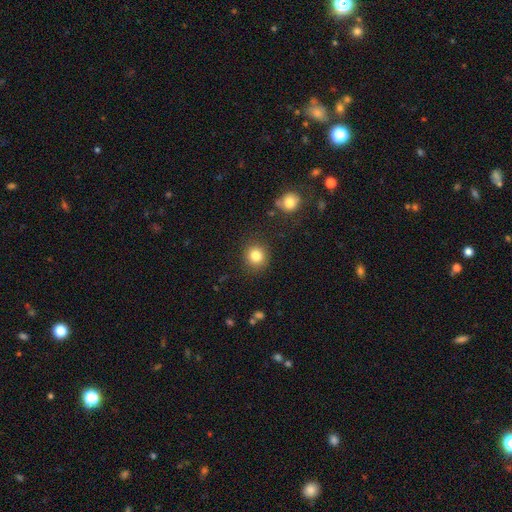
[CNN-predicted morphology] smooth-or-featured: smooth: 83% | star or artifact: 11% | featured or disk: 6%
  how-rounded: round: 88% | in between: 11% | cigar-shaped: 1%
  merging: none: 88% | minor disturbance: 7% | major disturbance: 3% | merger: 2%